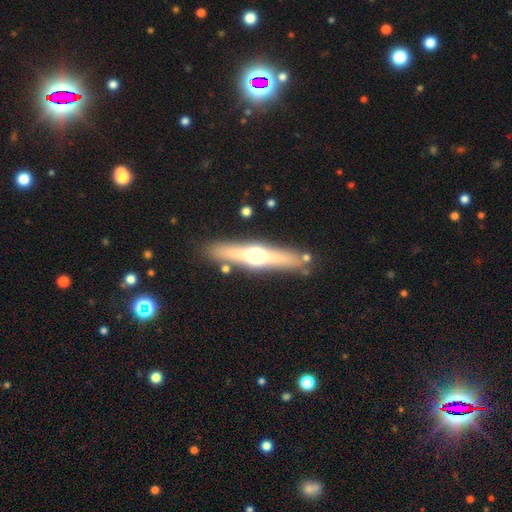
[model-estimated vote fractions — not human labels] Smooth or featured? Predicted: featured or disk (p=0.63). Edge-on disk? Predicted: yes (p=0.93). Edge-on bulge? Predicted: rounded (p=0.95). Merging? Predicted: none (p=0.84).